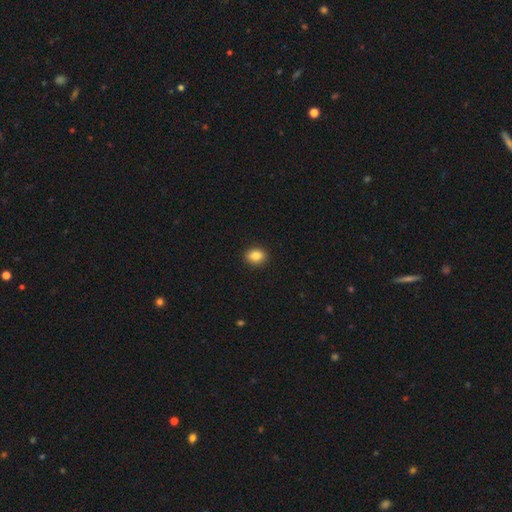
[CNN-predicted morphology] This is clearly a smooth galaxy (86%). How rounded: possibly in between (52%). Merging: clearly none (91%).